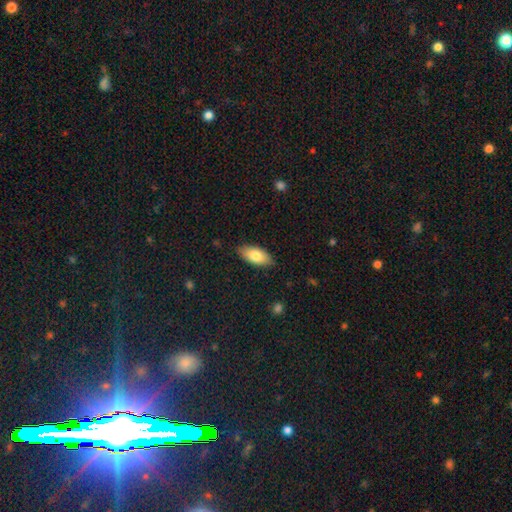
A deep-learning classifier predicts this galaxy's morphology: A smooth galaxy with no disk features (79%) that is in between round and cigar-shaped (90%). Merging: none (85%).